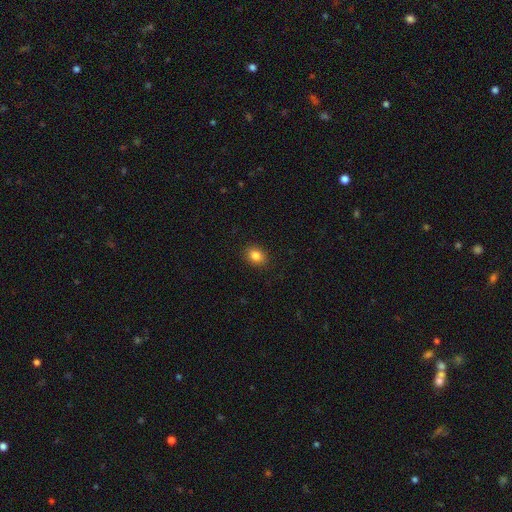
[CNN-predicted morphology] Smooth or featured? Predicted: smooth (p=0.84). How rounded? Predicted: in between (p=0.51). Merging? Predicted: none (p=0.90).